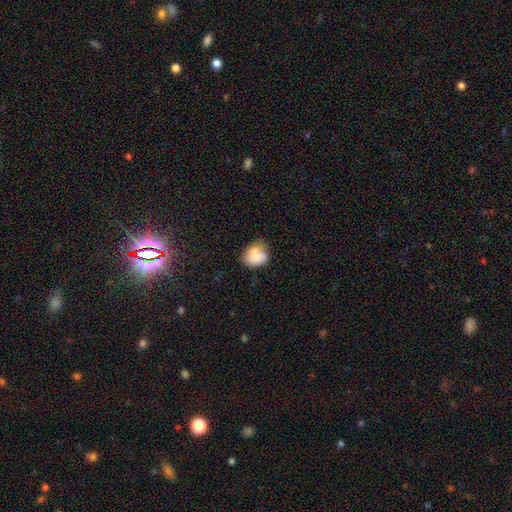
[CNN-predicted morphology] A smooth galaxy with no disk features (79%) that is round (51%). Merging: none (41%).